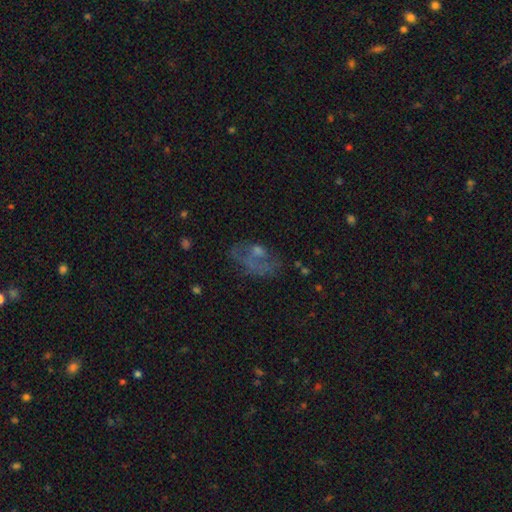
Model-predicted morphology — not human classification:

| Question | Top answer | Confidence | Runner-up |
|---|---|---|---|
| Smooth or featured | featured or disk | 45% | smooth (37%) |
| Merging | major disturbance | 37% | none (33%) |